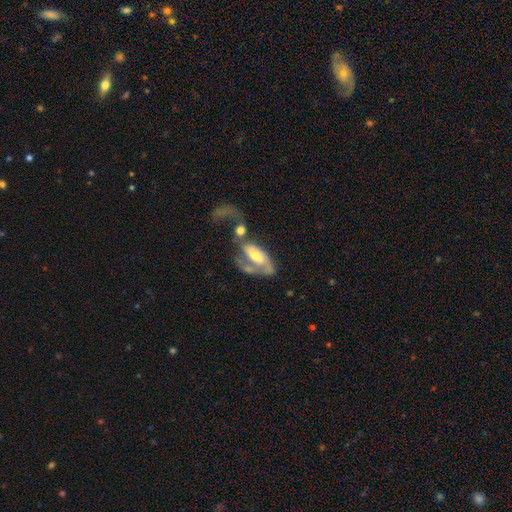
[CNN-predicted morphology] This is likely a featured or disk galaxy (66%). It is clearly not viewed edge-on (92%). Bar: possibly no (48%). Spiral arm pattern: likely yes (76%). Central bulge: possibly moderate (51%). Merging: marginally merger (38%).